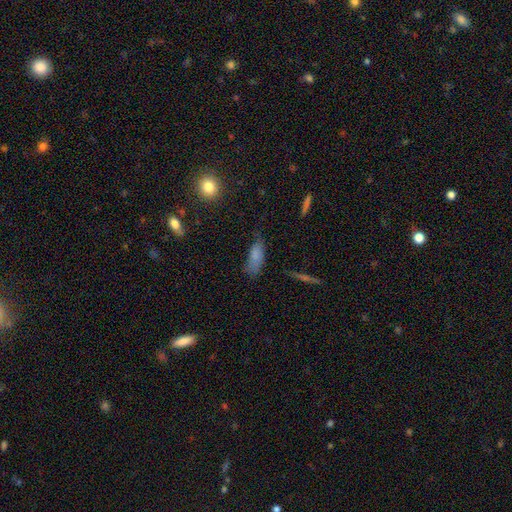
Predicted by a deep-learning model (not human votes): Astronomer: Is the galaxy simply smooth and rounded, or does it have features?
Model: smooth — 77%.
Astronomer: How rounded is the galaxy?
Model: in between — 75%.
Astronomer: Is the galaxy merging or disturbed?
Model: none — 44% (runner-up: minor disturbance, 38%).